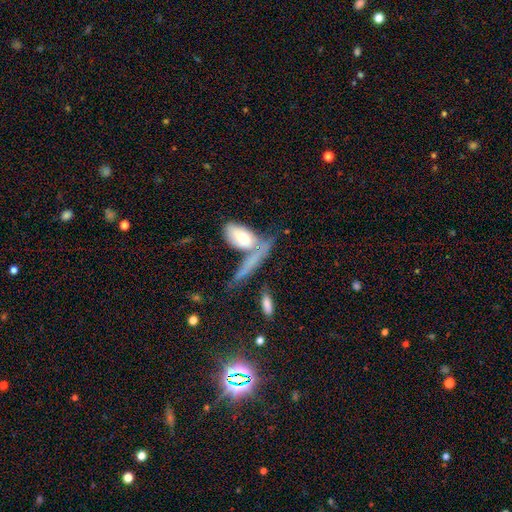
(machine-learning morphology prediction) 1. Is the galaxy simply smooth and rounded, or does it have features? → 45% smooth, 37% featured or disk, 19% star or artifact.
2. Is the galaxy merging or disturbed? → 39% none, 37% merger, 13% minor disturbance, 11% major disturbance.